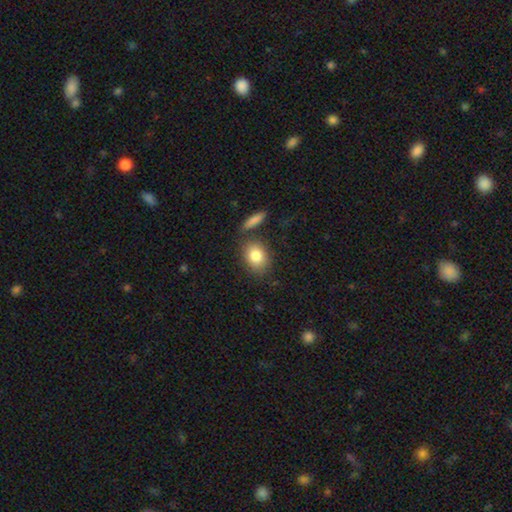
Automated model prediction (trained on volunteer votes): Smooth or featured?
  - smooth: 83% *
  - featured or disk: 10%
  - star or artifact: 8%
How rounded?
  - in between: 67% *
  - round: 32%
  - cigar-shaped: 2%
Merging?
  - none: 72% *
  - minor disturbance: 13%
  - merger: 11%
  - major disturbance: 4%